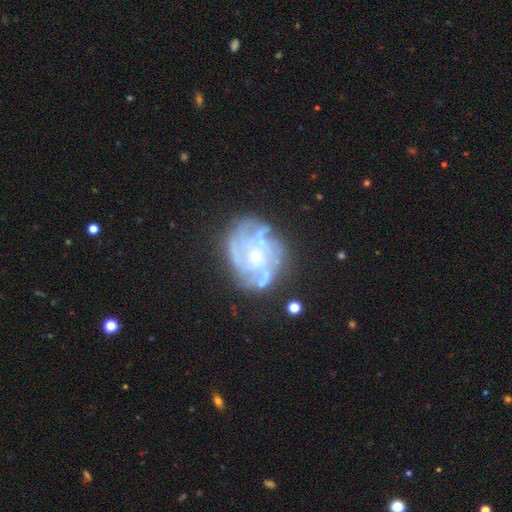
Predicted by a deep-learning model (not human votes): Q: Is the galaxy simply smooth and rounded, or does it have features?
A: featured or disk — 81%.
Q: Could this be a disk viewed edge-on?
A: no — 97%.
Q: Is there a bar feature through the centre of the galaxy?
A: no — 78%.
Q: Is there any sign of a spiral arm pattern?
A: yes — 83%.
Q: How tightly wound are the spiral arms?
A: tight — 57%.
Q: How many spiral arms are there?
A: can't tell — 44%.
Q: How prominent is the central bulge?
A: moderate — 48%.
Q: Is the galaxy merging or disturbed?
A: none — 67%.